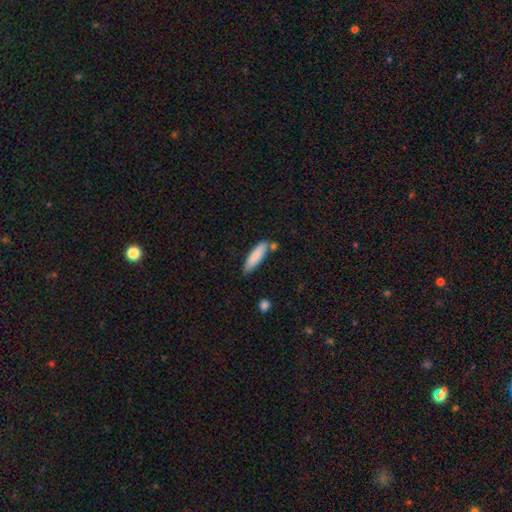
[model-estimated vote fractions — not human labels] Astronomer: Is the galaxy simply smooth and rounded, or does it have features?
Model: smooth — 84%.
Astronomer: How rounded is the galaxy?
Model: cigar-shaped — 72%.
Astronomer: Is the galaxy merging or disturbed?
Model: none — 71%.